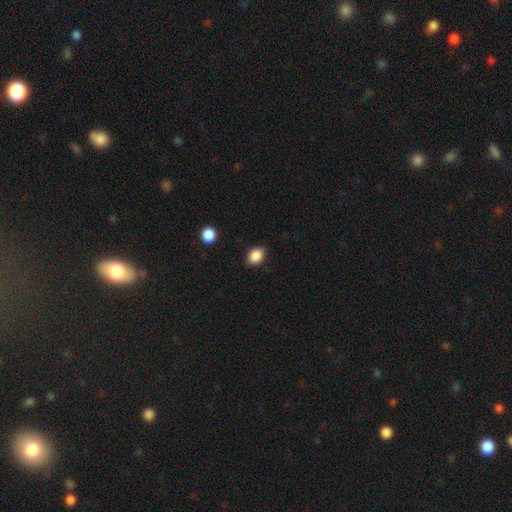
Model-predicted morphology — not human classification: type=smooth (88%); roundness=in between (61%); merging=none (86%).